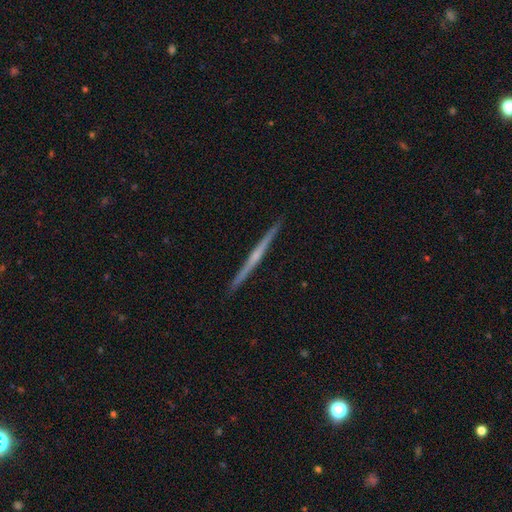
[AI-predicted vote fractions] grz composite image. It shows a featured or disk galaxy (75%) viewed edge-on (98%) with no central bulge (48%). Merging: none (93%).